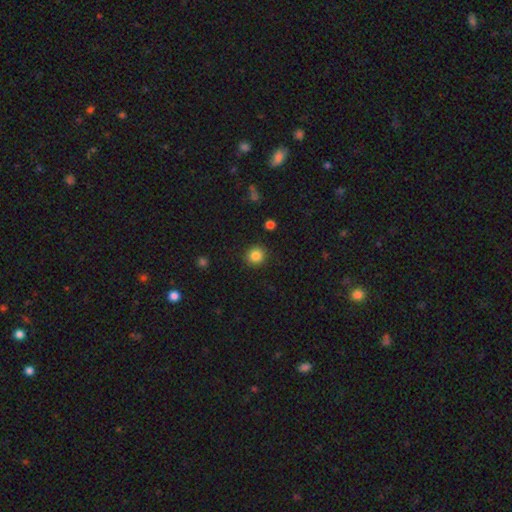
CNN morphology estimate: Overall: smooth (85%). How rounded: round (92%). Merging: none (91%).